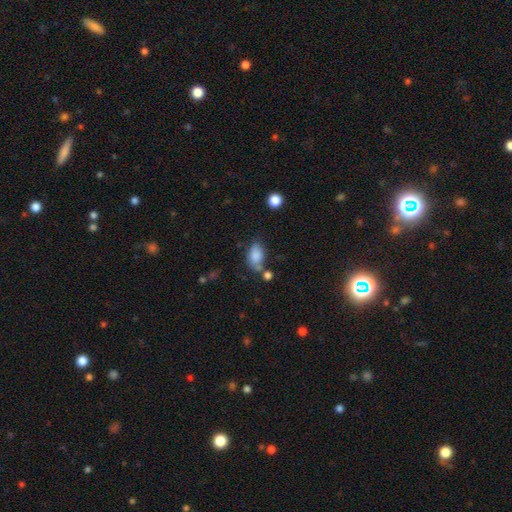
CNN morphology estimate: smooth 84%, star or artifact 8%, featured or disk 8%. Down the decision tree: how rounded — in between (89%); merging — none (55%).